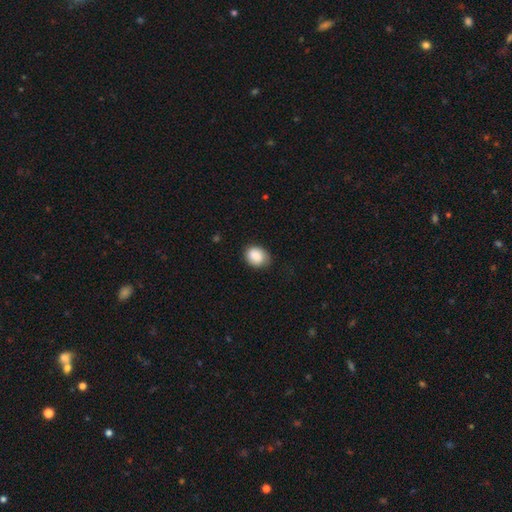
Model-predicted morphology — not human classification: A smooth galaxy with no disk features (88%) that is in between round and cigar-shaped (51%).

Vote fractions:
- Smooth or featured? smooth: 88% / star or artifact: 7% / featured or disk: 4%
- How rounded? in between: 51% / round: 48% / cigar-shaped: 1%
- Merging? none: 76% / minor disturbance: 19% / major disturbance: 4% / merger: 1%